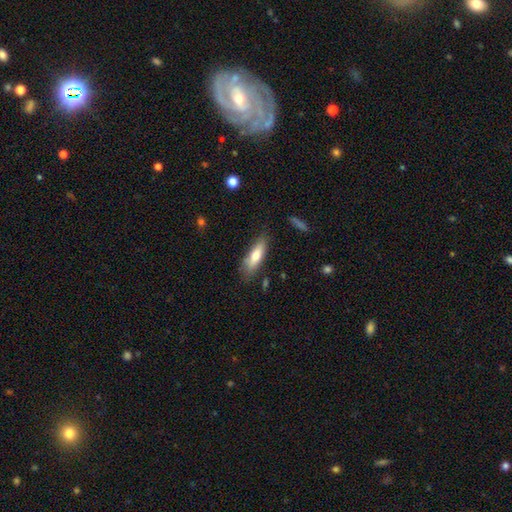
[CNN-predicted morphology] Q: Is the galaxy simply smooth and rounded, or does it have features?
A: smooth — 71%.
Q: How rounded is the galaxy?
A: in between — 57%.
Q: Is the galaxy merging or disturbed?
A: none — 76%.